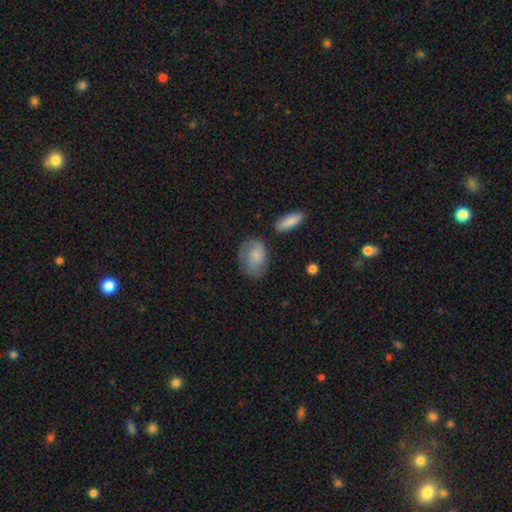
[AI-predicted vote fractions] smooth 69%, featured or disk 24%, star or artifact 7%. Down the decision tree: how rounded — in between (77%); merging — none (61%).